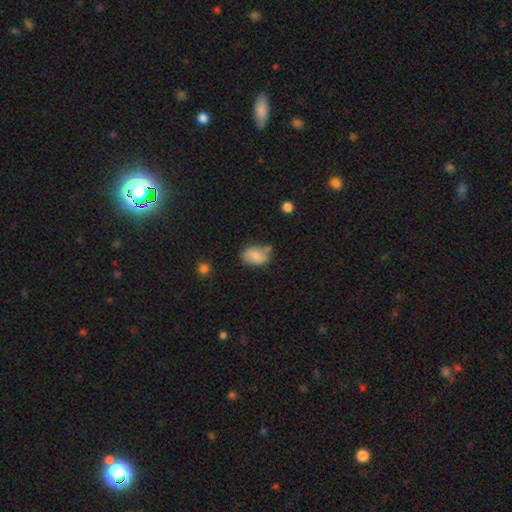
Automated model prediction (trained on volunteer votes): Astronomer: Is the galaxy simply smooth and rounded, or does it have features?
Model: smooth — 67%.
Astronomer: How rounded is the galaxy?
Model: in between — 78%.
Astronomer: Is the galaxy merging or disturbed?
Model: none — 51% (runner-up: minor disturbance, 30%).